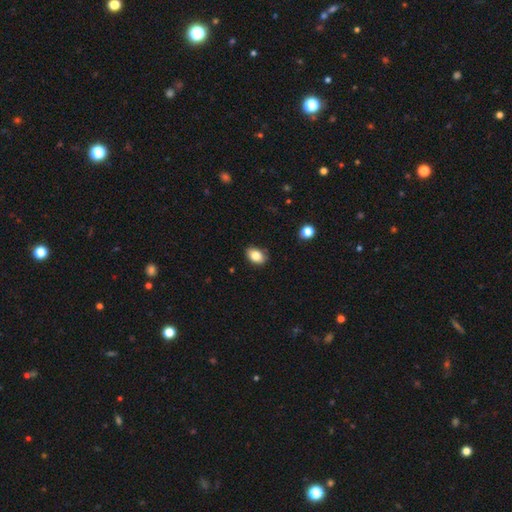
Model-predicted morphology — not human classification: The model was most divided on "how rounded": in between: 84%, round: 15%, cigar-shaped: 1%. More confident: merging — none (85%); smooth or featured — smooth (83%).